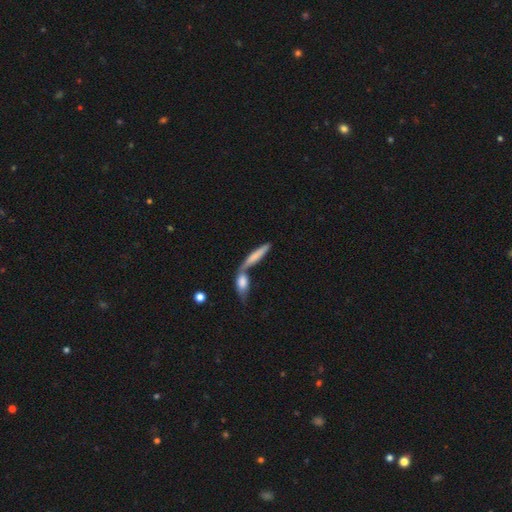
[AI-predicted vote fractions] Smooth or featured?
  - smooth: 68% *
  - featured or disk: 26%
  - star or artifact: 7%
How rounded?
  - cigar-shaped: 75% *
  - in between: 22%
  - round: 3%
Merging?
  - merger: 52% *
  - none: 34%
  - minor disturbance: 9%
  - major disturbance: 5%